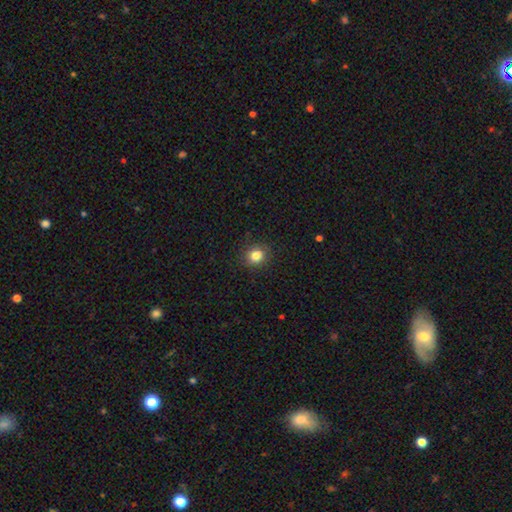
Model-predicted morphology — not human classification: smooth_or_featured: smooth (p=0.82) [alt: star or artifact p=0.12]
how_rounded: round (p=0.79) [alt: in between p=0.21]
merging: none (p=0.87) [alt: minor disturbance p=0.09]